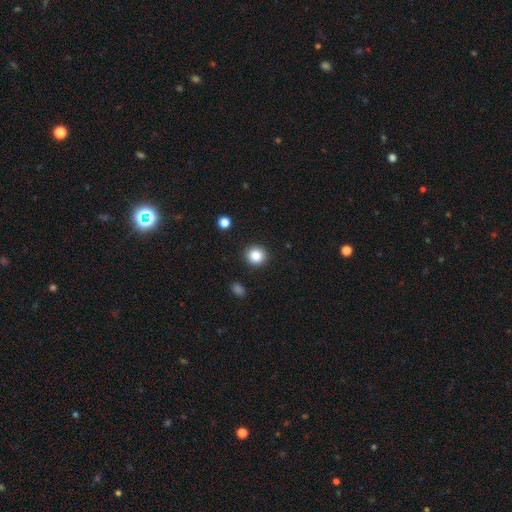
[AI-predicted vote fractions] A smooth galaxy with no disk features (86%) that is round (90%).

Vote fractions:
- Smooth or featured? smooth: 86% / star or artifact: 10% / featured or disk: 4%
- How rounded? round: 90% / in between: 9% / cigar-shaped: 1%
- Merging? none: 91% / minor disturbance: 6% / major disturbance: 2% / merger: 1%